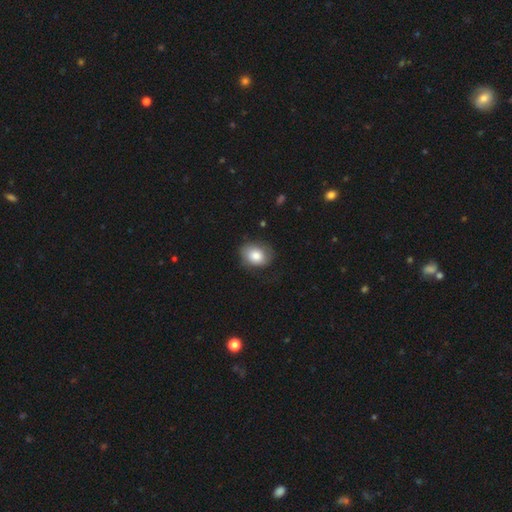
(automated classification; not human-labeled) This appears to be a smooth galaxy with no disk features (78%) that is in between round and cigar-shaped (57%). Merging: none (69%).